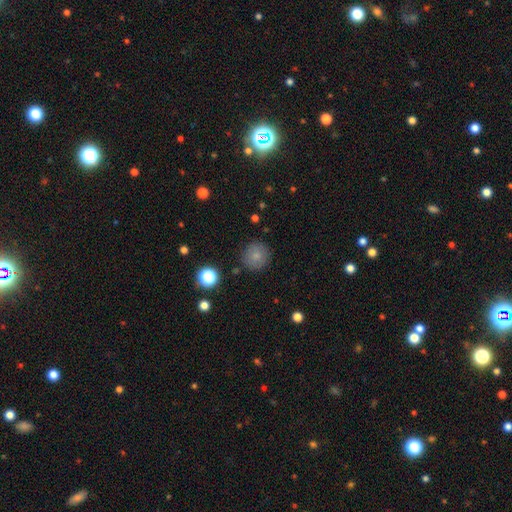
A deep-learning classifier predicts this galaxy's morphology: Smooth or featured: smooth — 79% (star or artifact — 12%)
How rounded: round — 93% (in between — 6%)
Merging: none — 85% (minor disturbance — 10%)